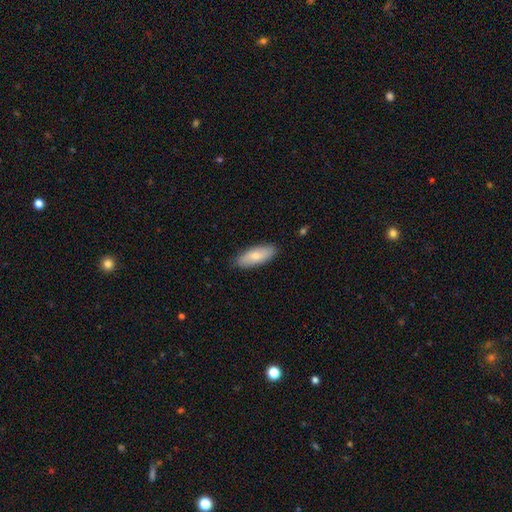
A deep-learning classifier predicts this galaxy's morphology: Smooth or featured? smooth (76%)
How rounded? in between (77%)
Merging? none (85%)